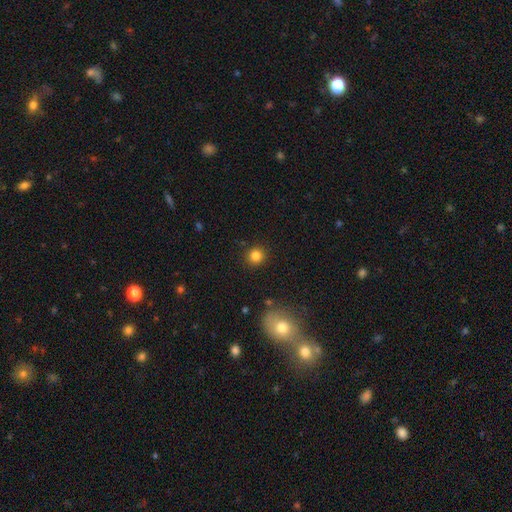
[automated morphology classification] A smooth galaxy with no disk features (82%) that is round (91%).

Vote fractions:
- Smooth or featured? smooth: 82% / star or artifact: 12% / featured or disk: 5%
- How rounded? round: 91% / in between: 8% / cigar-shaped: 1%
- Merging? none: 89% / minor disturbance: 7% / major disturbance: 2% / merger: 2%